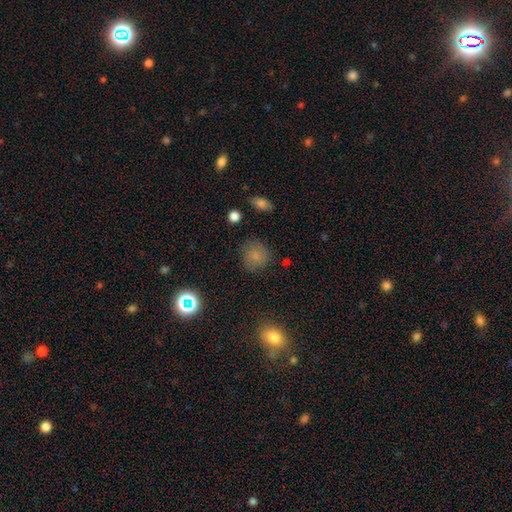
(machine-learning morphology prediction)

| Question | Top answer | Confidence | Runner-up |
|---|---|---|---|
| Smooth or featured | smooth | 76% | star or artifact (15%) |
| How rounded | round | 86% | in between (13%) |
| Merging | none | 80% | minor disturbance (14%) |